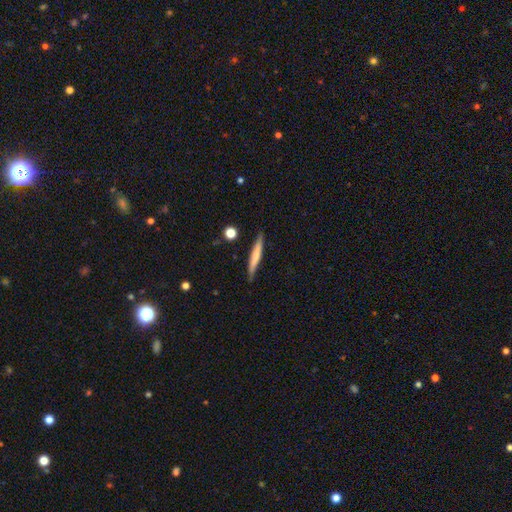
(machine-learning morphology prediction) smooth-or-featured: smooth: 63% | featured or disk: 31% | star or artifact: 6%
  how-rounded: cigar-shaped: 95% | in between: 4% | round: 1%
  merging: none: 85% | minor disturbance: 11% | major disturbance: 2% | merger: 2%